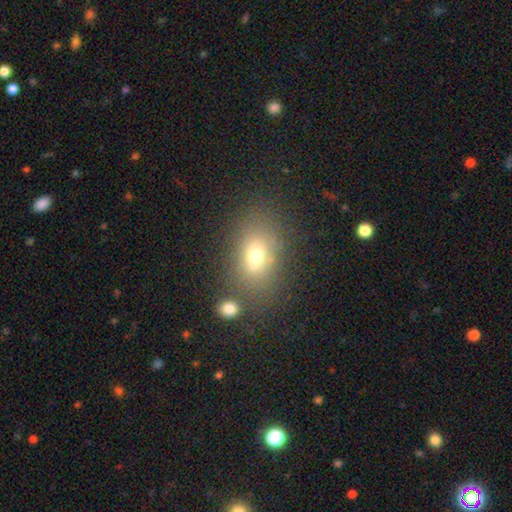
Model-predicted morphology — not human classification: The model was most divided on "smooth or featured": smooth: 66%, featured or disk: 19%, star or artifact: 15%. More confident: how rounded — in between (76%); merging — none (64%).